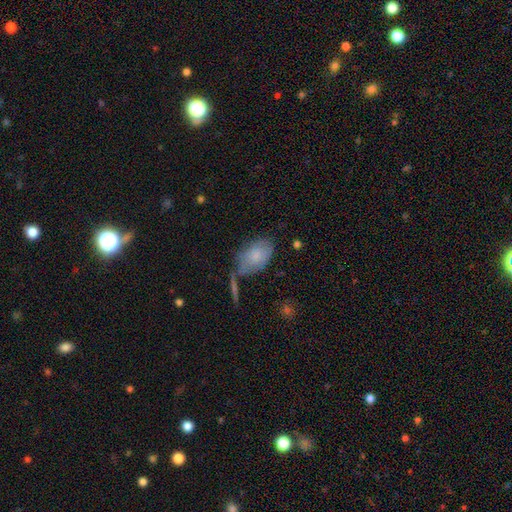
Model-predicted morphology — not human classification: Overall: smooth (73%). How rounded: in between (92%). Merging: none (52%; minor disturbance 26%).